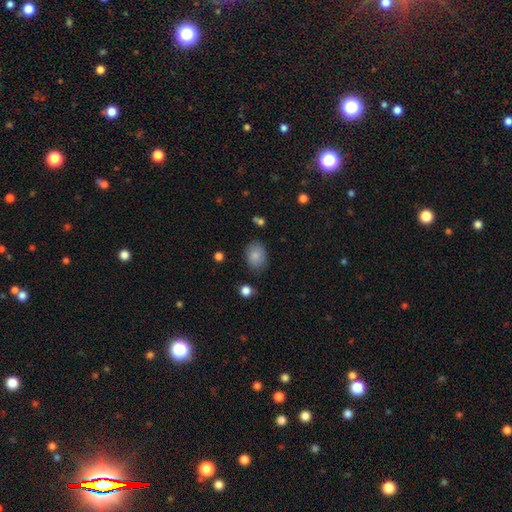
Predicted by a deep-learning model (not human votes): Smooth or featured? Predicted: smooth (p=0.83). How rounded? Predicted: in between (p=0.61). Merging? Predicted: none (p=0.78).